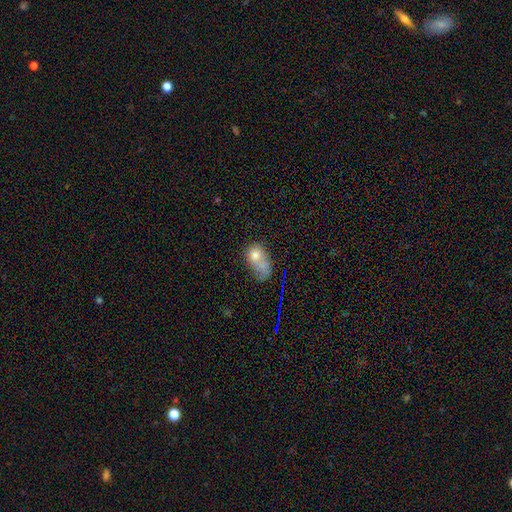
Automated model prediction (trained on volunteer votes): Smooth or featured: smooth — 69% (featured or disk — 20%)
How rounded: in between — 57% (round — 41%)
Merging: merger — 47% (none — 20%)